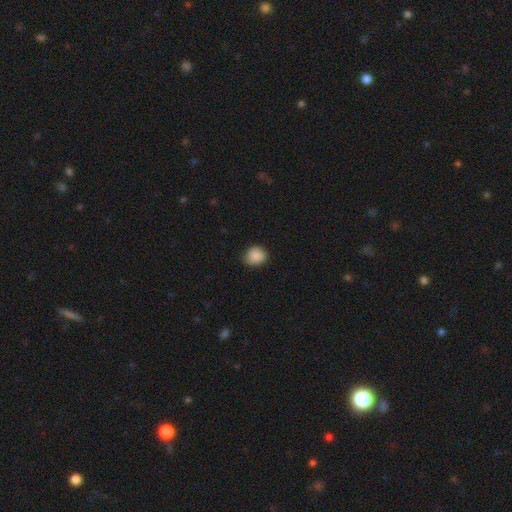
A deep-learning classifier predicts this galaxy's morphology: Q: Smooth or featured?
A: smooth (88%); runner-up: star or artifact (8%)
Q: How rounded?
A: round (78%); runner-up: in between (22%)
Q: Merging?
A: none (80%); runner-up: minor disturbance (16%)